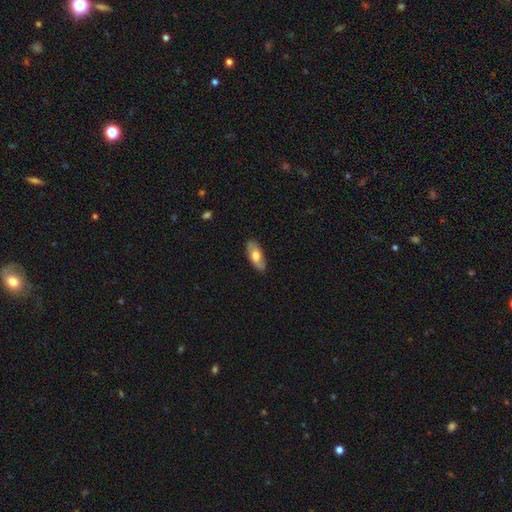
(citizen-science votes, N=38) This appears to be a featured or disk galaxy (47%) with no bar (57%), 2 (62%) loose (50%) spiral arms (57%) and a moderate central bulge (36%). Merging: none (91%).